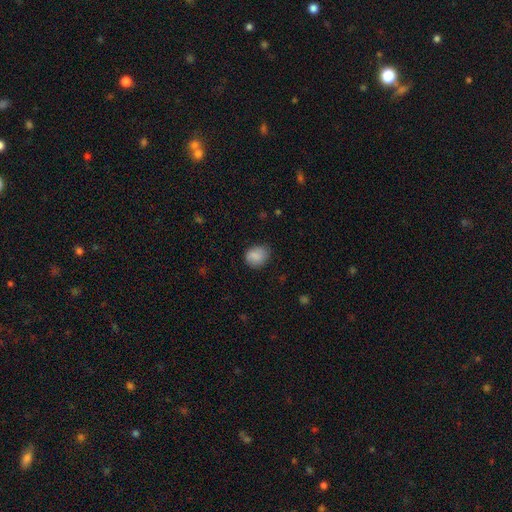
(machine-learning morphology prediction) A smooth galaxy with no disk features (85%) that is round (56%). Merging: none (68%).